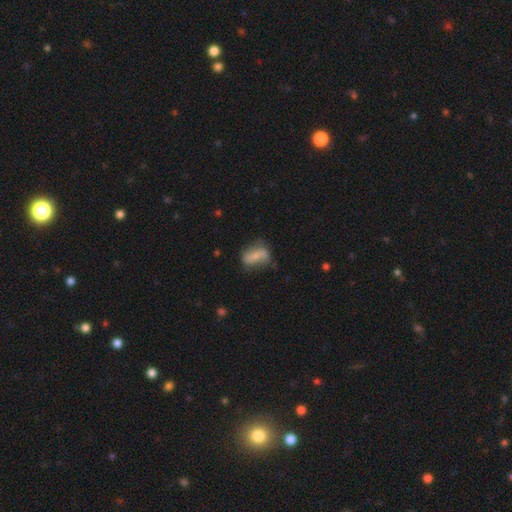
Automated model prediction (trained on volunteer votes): smooth-or-featured: smooth: 46% | featured or disk: 45% | star or artifact: 8%
  merging: none: 57% | minor disturbance: 26% | major disturbance: 12% | merger: 4%